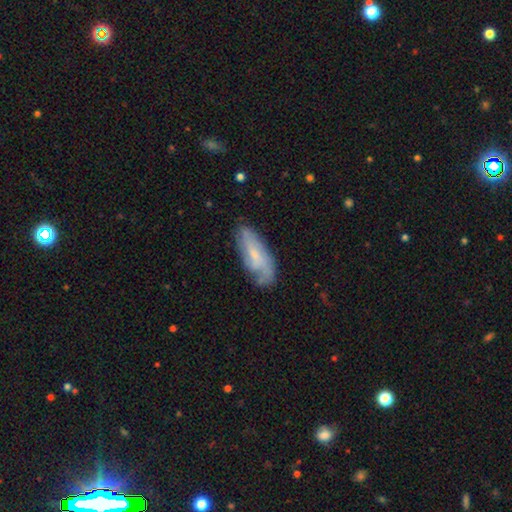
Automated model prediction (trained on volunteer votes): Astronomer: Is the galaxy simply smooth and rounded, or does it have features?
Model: featured or disk — 58% (runner-up: smooth, 35%).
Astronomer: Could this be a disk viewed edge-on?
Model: no — 86%.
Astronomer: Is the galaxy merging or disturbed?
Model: none — 64%.